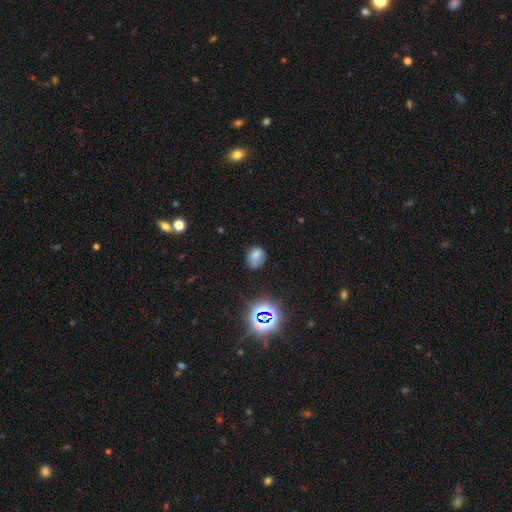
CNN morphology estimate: A smooth galaxy with no disk features (72%) that is round (51%). Merging: none (63%).